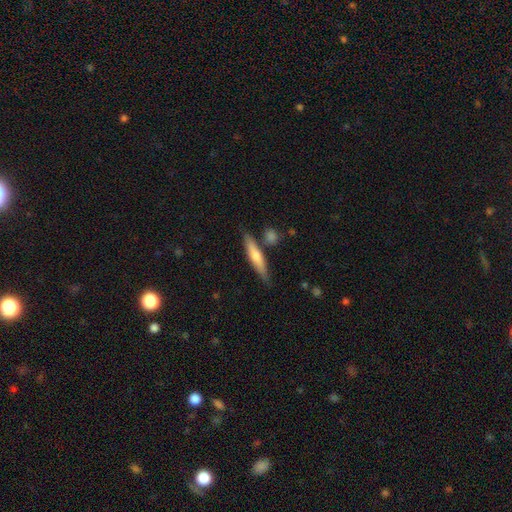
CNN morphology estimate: smooth_or_featured: smooth (p=0.50) [alt: featured or disk p=0.44]
how_rounded: cigar-shaped (p=0.87) [alt: in between p=0.11]
merging: none (p=0.80) [alt: minor disturbance p=0.11]